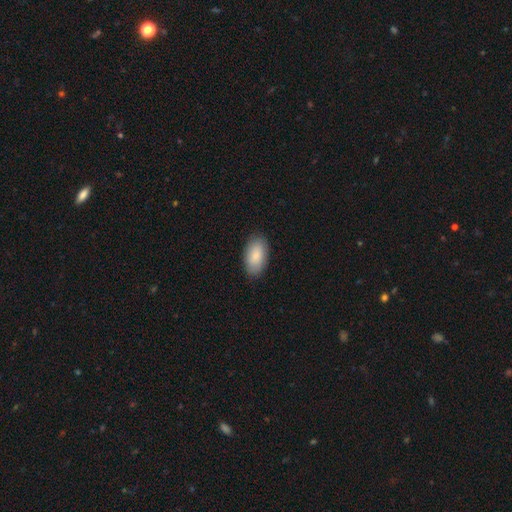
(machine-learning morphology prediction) smooth-or-featured: smooth: 87% | featured or disk: 7% | star or artifact: 6%
  how-rounded: in between: 95% | round: 3% | cigar-shaped: 2%
  merging: none: 87% | minor disturbance: 10% | major disturbance: 2% | merger: 1%